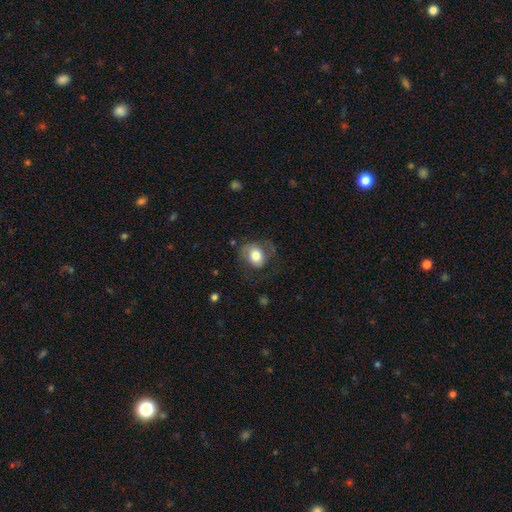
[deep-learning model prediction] This appears to be a smooth galaxy with no disk features (66%) that is in between round and cigar-shaped (51%). Merging: none (56%).